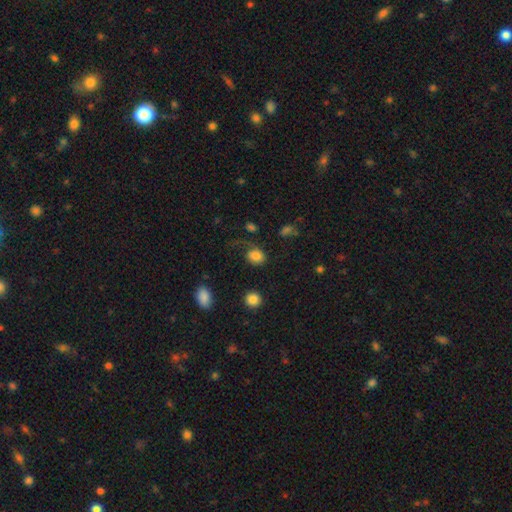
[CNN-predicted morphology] Smooth or featured: smooth — 77% (featured or disk — 14%)
How rounded: round — 50% (in between — 49%)
Merging: none — 47% (major disturbance — 29%)